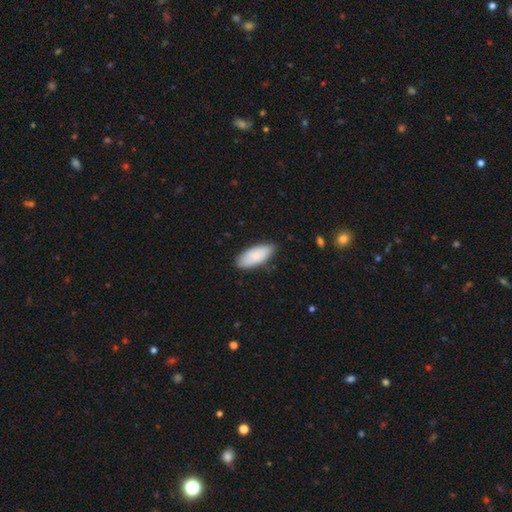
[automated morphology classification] smooth_or_featured: smooth (p=0.83) [alt: featured or disk p=0.11]
how_rounded: in between (p=0.85) [alt: cigar-shaped p=0.13]
merging: none (p=0.82) [alt: minor disturbance p=0.15]